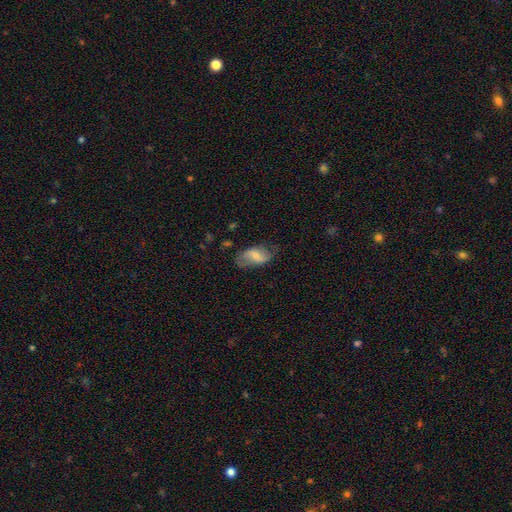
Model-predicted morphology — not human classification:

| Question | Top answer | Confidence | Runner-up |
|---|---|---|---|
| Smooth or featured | smooth | 53% | featured or disk (40%) |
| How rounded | in between | 92% | round (5%) |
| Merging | none | 62% | minor disturbance (26%) |